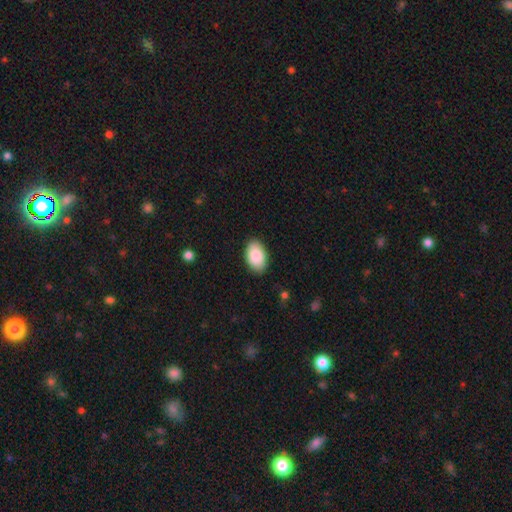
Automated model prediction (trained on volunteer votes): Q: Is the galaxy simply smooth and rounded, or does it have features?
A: smooth — 89%.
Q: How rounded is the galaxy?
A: in between — 94%.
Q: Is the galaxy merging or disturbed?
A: none — 87%.